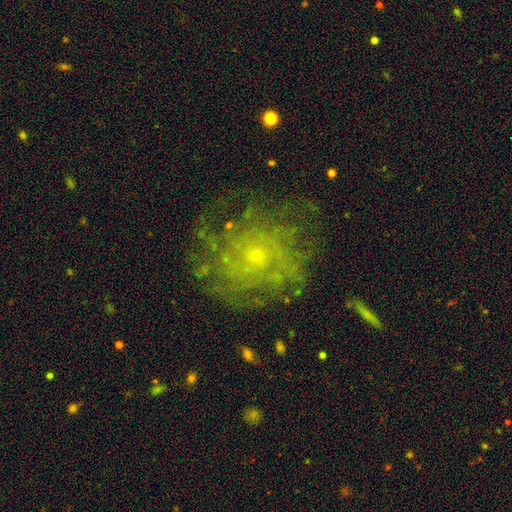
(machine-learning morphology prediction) Smooth or featured? Predicted: featured or disk (p=0.67). Edge-on disk? Predicted: no (p=0.97). Bar? Predicted: no (p=0.84). Spiral arms? Predicted: yes (p=0.81). Spiral winding? Predicted: tight (p=0.63). Spiral arm count? Predicted: can't tell (p=0.51). Bulge size? Predicted: small (p=0.77). Merging? Predicted: none (p=0.74).